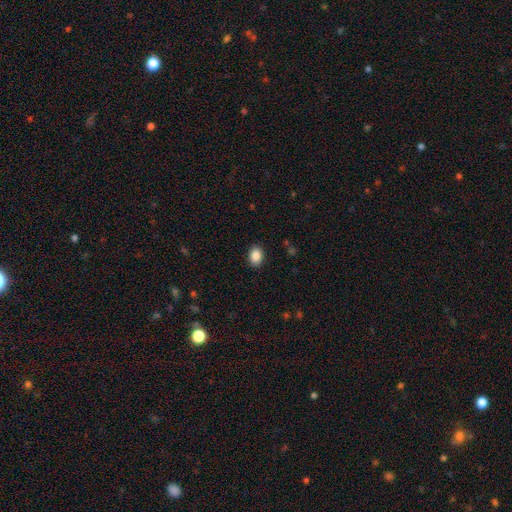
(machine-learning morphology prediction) Smooth or featured? smooth (88%)
How rounded? in between (72%)
Merging? none (89%)